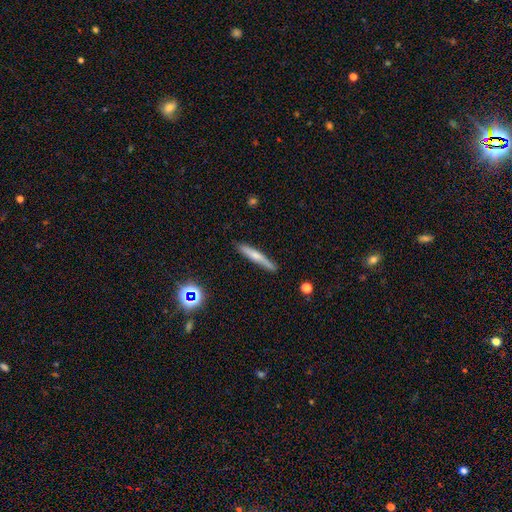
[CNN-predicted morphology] A smooth galaxy with no disk features (56%) that is cigar-shaped (93%).

Vote fractions:
- Smooth or featured? smooth: 56% / featured or disk: 35% / star or artifact: 8%
- How rounded? cigar-shaped: 93% / in between: 5% / round: 2%
- Merging? none: 83% / minor disturbance: 12% / major disturbance: 2% / merger: 2%